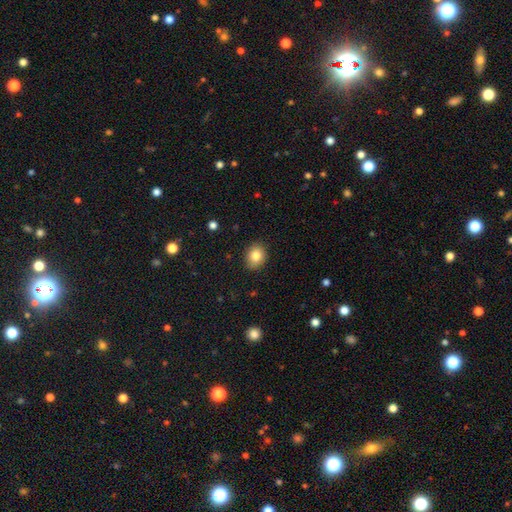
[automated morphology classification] Smooth or featured?
  - smooth: 84% *
  - star or artifact: 9%
  - featured or disk: 7%
How rounded?
  - round: 50% *
  - in between: 49%
  - cigar-shaped: 1%
Merging?
  - none: 88% *
  - minor disturbance: 9%
  - major disturbance: 2%
  - merger: 1%